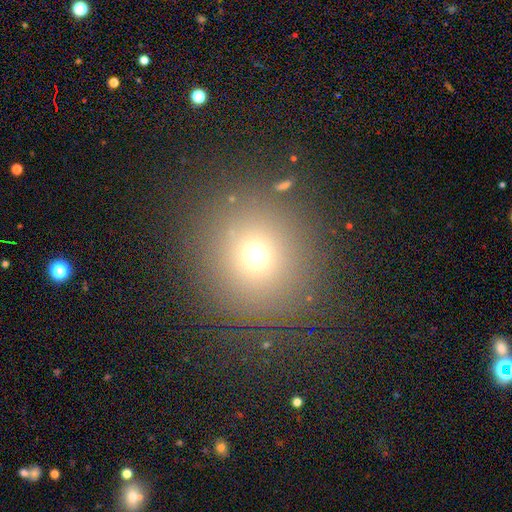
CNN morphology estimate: This appears to be a smooth galaxy with no disk features (68%) that is round (92%). Merging: none (88%).